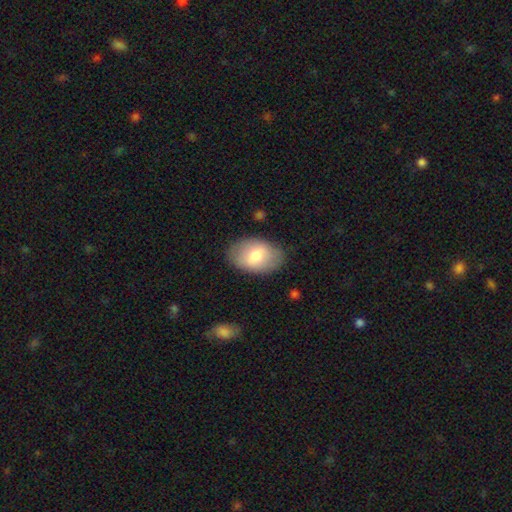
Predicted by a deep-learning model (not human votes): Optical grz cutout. It shows a smooth galaxy with no disk features (74%) that is in between round and cigar-shaped (89%). Merging: none (81%).